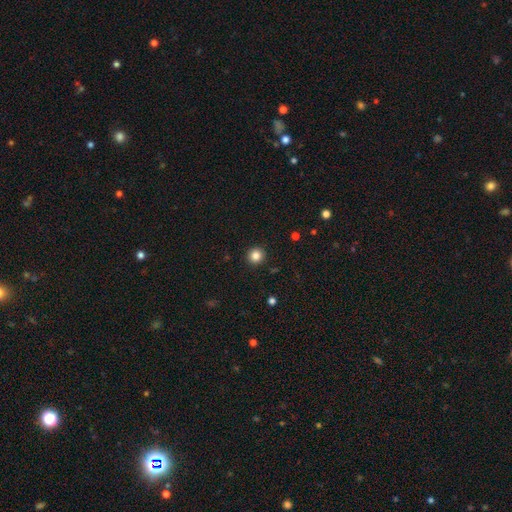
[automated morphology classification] A smooth galaxy with no disk features (84%) that is round (94%).

Vote fractions:
- Smooth or featured? smooth: 84% / star or artifact: 11% / featured or disk: 5%
- How rounded? round: 94% / in between: 5% / cigar-shaped: 1%
- Merging? none: 93% / minor disturbance: 5% / major disturbance: 2% / merger: 1%